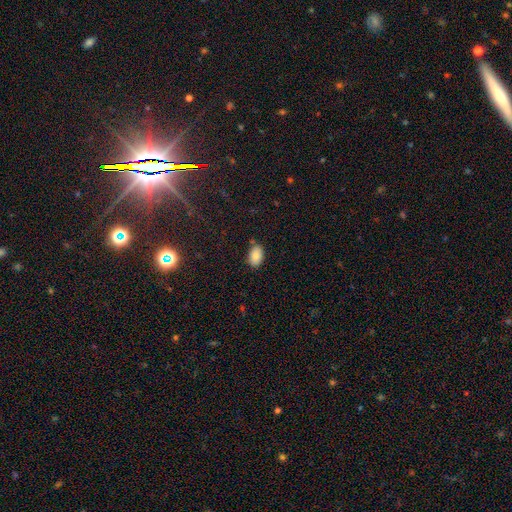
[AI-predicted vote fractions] This appears to be a smooth galaxy with no disk features (86%) that is in between round and cigar-shaped (90%). Merging: none (76%).